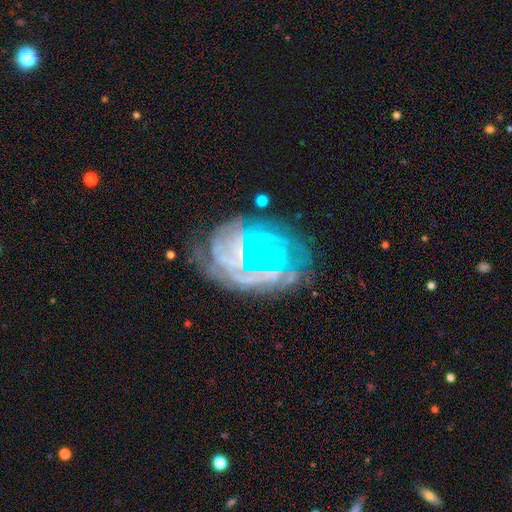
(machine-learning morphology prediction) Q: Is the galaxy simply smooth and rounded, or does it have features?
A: featured or disk — 78%.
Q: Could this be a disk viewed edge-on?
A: no — 97%.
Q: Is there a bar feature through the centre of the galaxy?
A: no — 48%.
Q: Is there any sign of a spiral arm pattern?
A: yes — 84%.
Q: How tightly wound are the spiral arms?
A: tight — 64%.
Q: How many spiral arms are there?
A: can't tell — 39%.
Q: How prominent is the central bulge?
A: small — 73%.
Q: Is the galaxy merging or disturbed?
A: none — 51%.